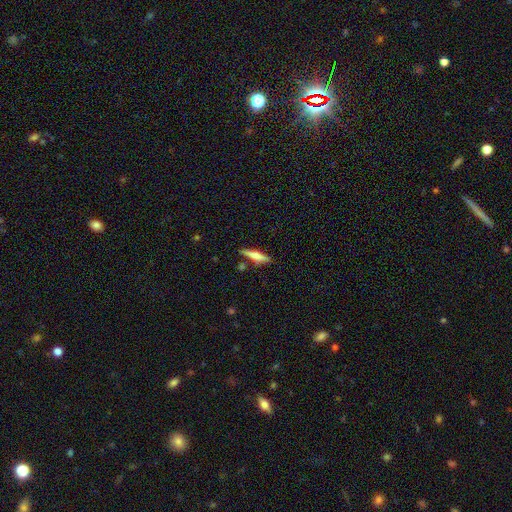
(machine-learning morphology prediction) Overall: smooth (52%; featured or disk 41%). How rounded: cigar-shaped (84%). Merging: none (82%).